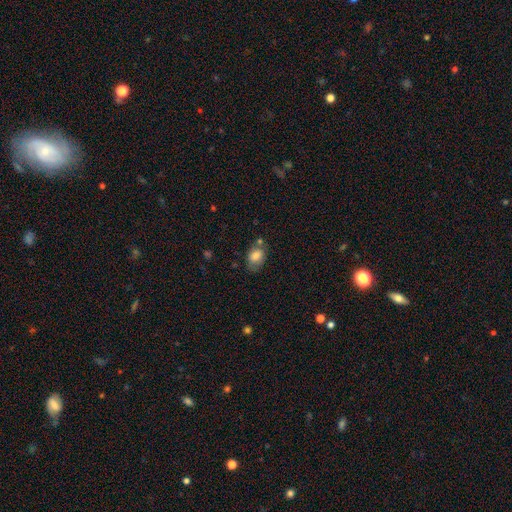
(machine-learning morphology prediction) smooth 79%, featured or disk 13%, star or artifact 8%. Down the decision tree: how rounded — in between (80%); merging — none (58%).